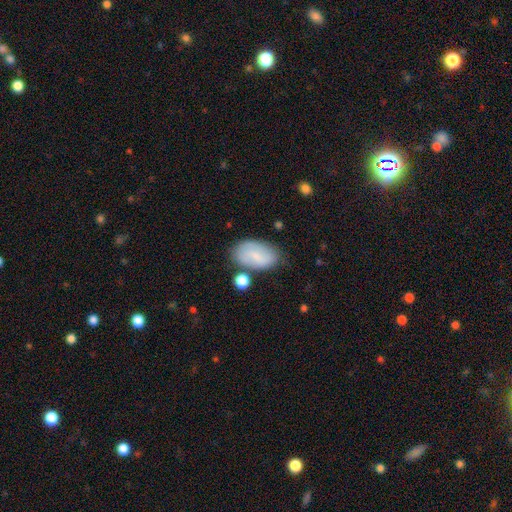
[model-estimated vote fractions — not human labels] A smooth galaxy with no disk features (67%) that is in between round and cigar-shaped (93%).

Vote fractions:
- Smooth or featured? smooth: 67% / featured or disk: 25% / star or artifact: 8%
- How rounded? in between: 93% / round: 5% / cigar-shaped: 2%
- Merging? none: 68% / minor disturbance: 19% / merger: 8% / major disturbance: 5%